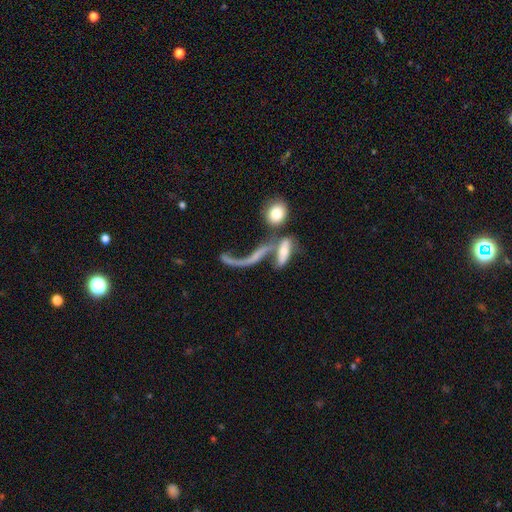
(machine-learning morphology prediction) type=featured or disk (60%); edge-on=no (78%); merging=merger (40%).